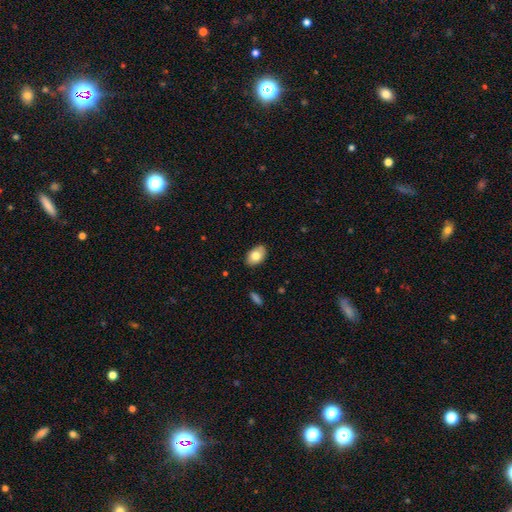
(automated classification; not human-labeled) Smooth or featured? Predicted: smooth (p=0.78). How rounded? Predicted: in between (p=0.89). Merging? Predicted: none (p=0.85).